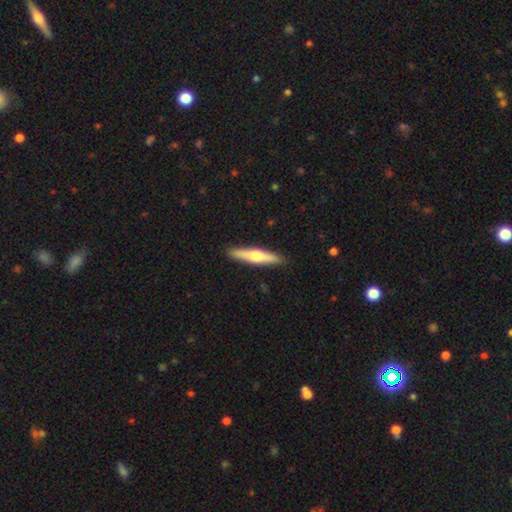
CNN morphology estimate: A featured or disk galaxy (51%) viewed edge-on (95%). Merging: none (91%).